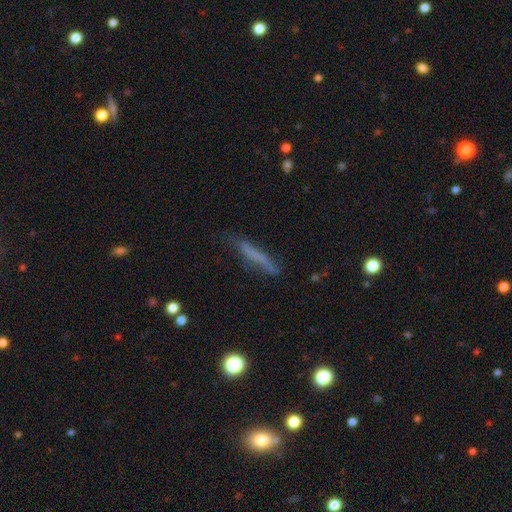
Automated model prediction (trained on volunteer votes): Smooth or featured?
  - smooth: 57% *
  - featured or disk: 33%
  - star or artifact: 10%
How rounded?
  - cigar-shaped: 92% *
  - in between: 6%
  - round: 2%
Merging?
  - none: 68% *
  - minor disturbance: 22%
  - major disturbance: 7%
  - merger: 3%